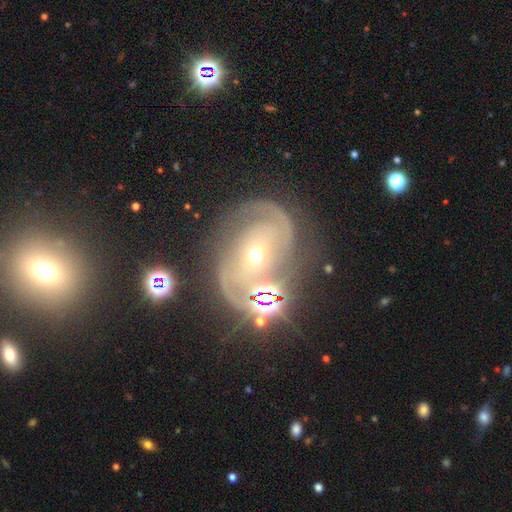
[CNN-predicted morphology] smooth-or-featured: featured or disk: 77% | star or artifact: 13% | smooth: 11%
  disk-edge-on: no: 97% | yes: 3%
    bar: no: 51% | weak: 29% | strong: 20%
    has-spiral-arms: yes: 90% | no: 10%
      spiral-winding: medium: 45% | tight: 38% | loose: 17%
      spiral-arm-count: 2: 77% | can't tell: 10% | 1: 5% | 3: 4% | 4: 2% | more than 4: 2%
    bulge-size: moderate: 49% | small: 45% | large: 3% | dominant: 1% | none: 1%
  merging: none: 59% | minor disturbance: 18% | major disturbance: 14% | merger: 9%